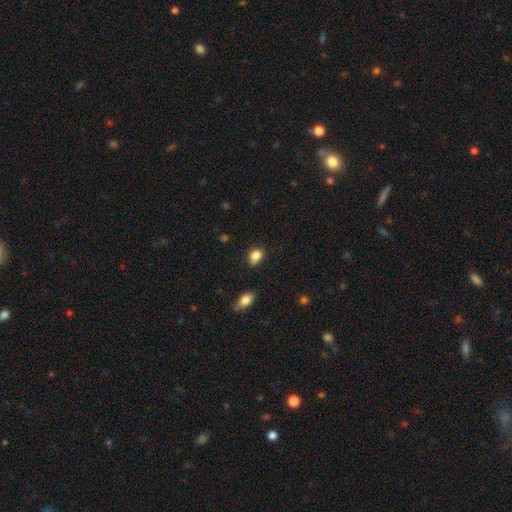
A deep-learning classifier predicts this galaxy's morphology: Smooth or featured? Predicted: smooth (p=0.84). How rounded? Predicted: in between (p=0.65). Merging? Predicted: none (p=0.70).